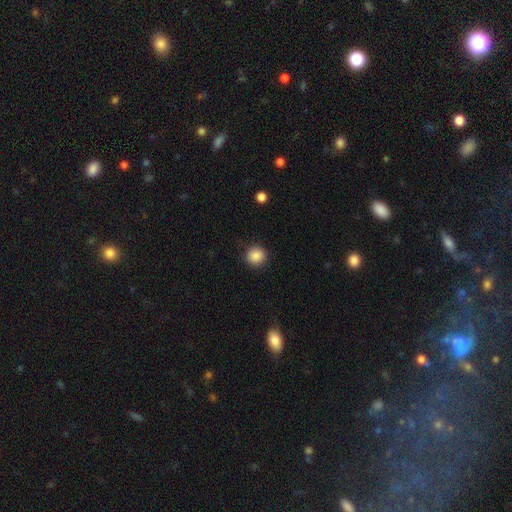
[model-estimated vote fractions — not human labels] Smooth or featured: smooth — 87% (star or artifact — 9%)
How rounded: round — 91% (in between — 8%)
Merging: none — 90% (minor disturbance — 7%)